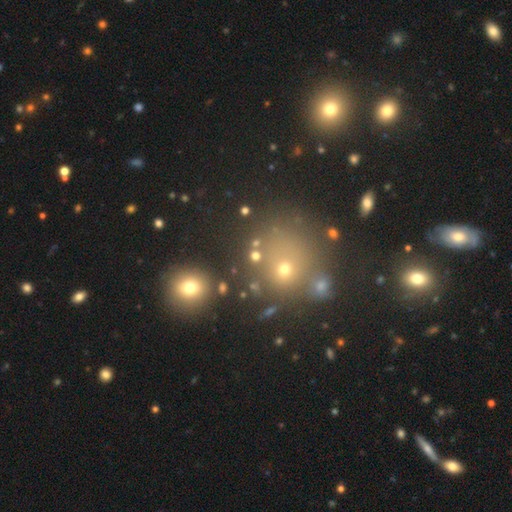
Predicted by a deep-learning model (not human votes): Smooth or featured?
  - smooth: 65% *
  - star or artifact: 25%
  - featured or disk: 10%
How rounded?
  - round: 79% *
  - in between: 20%
  - cigar-shaped: 2%
Merging?
  - none: 62% *
  - merger: 24%
  - minor disturbance: 9%
  - major disturbance: 5%